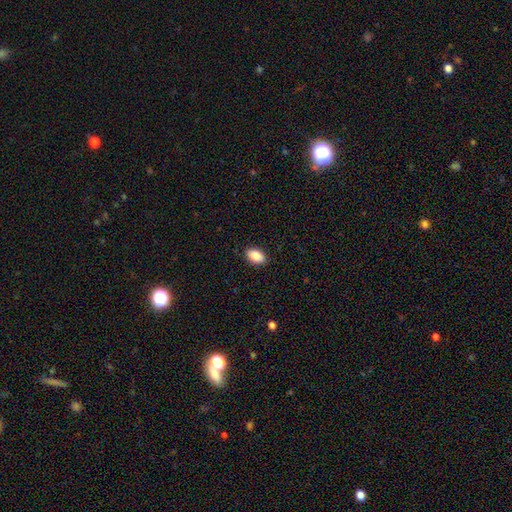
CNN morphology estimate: A smooth galaxy with no disk features (88%) that is in between round and cigar-shaped (93%).

Vote fractions:
- Smooth or featured? smooth: 88% / star or artifact: 7% / featured or disk: 4%
- How rounded? in between: 93% / round: 5% / cigar-shaped: 2%
- Merging? none: 89% / minor disturbance: 8% / major disturbance: 2% / merger: 1%